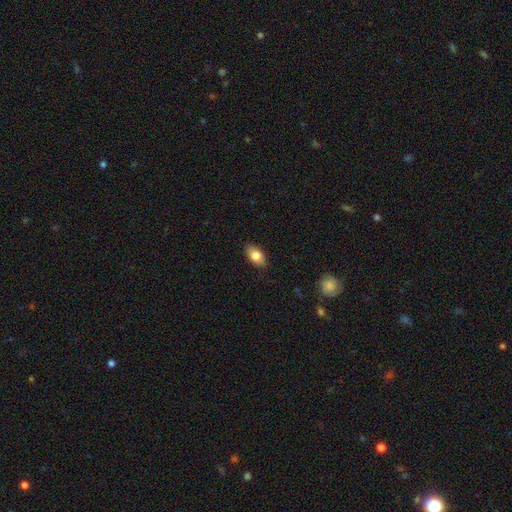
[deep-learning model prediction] This appears to be a smooth galaxy with no disk features (80%) that is in between round and cigar-shaped (90%). Merging: none (86%).